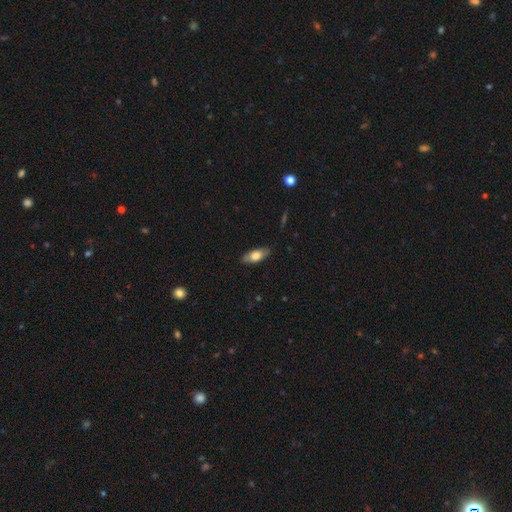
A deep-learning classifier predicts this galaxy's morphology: Overall: smooth (68%). How rounded: in between (80%). Merging: none (85%).